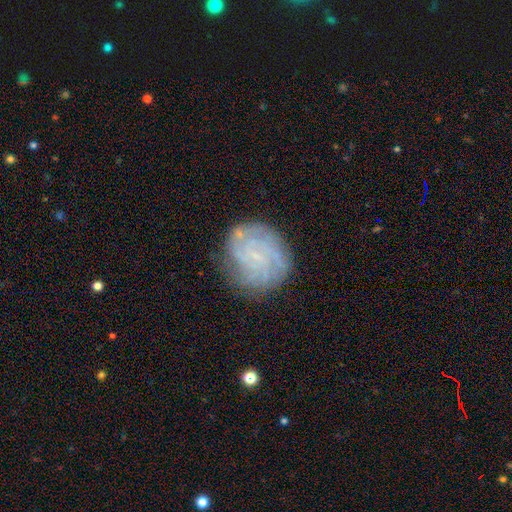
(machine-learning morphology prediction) smooth-or-featured: featured or disk: 71% | smooth: 19% | star or artifact: 10%
  disk-edge-on: no: 98% | yes: 2%
    bar: no: 65% | weak: 30% | strong: 6%
    has-spiral-arms: yes: 92% | no: 8%
      spiral-winding: tight: 65% | medium: 27% | loose: 8%
      spiral-arm-count: can't tell: 36% | 4: 21% | 3: 15% | more than 4: 11% | 2: 10% | 1: 7%
    bulge-size: small: 66% | none: 25% | moderate: 7% | large: 1% | dominant: 1%
  merging: none: 79% | minor disturbance: 14% | major disturbance: 5% | merger: 1%